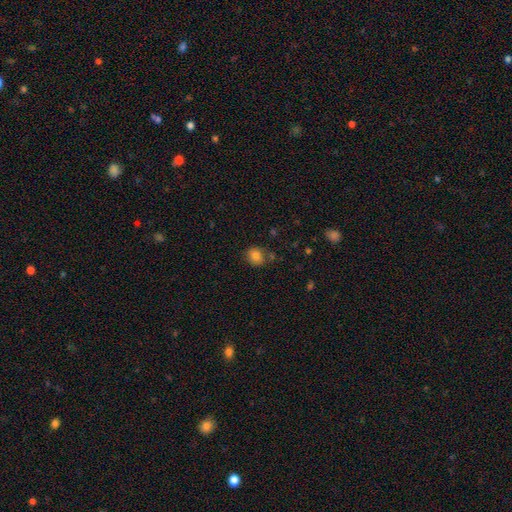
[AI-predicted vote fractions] smooth-or-featured: smooth: 82% | star or artifact: 11% | featured or disk: 7%
  how-rounded: round: 74% | in between: 26% | cigar-shaped: 1%
  merging: none: 76% | minor disturbance: 15% | merger: 5% | major disturbance: 4%